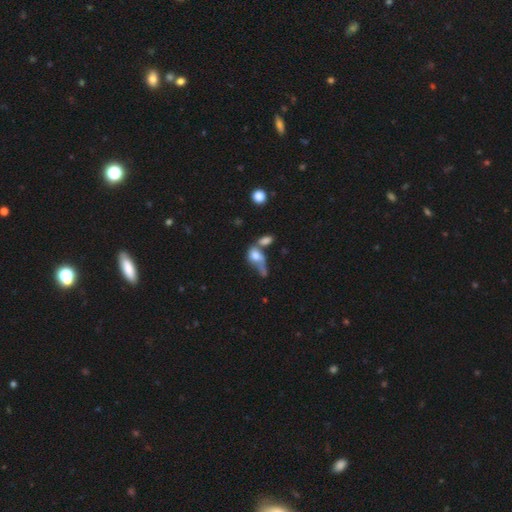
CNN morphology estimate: Smooth or featured?
  - smooth: 63% *
  - featured or disk: 27%
  - star or artifact: 10%
How rounded?
  - in between: 70% *
  - round: 23%
  - cigar-shaped: 7%
Merging?
  - merger: 44% *
  - major disturbance: 26%
  - none: 17%
  - minor disturbance: 14%